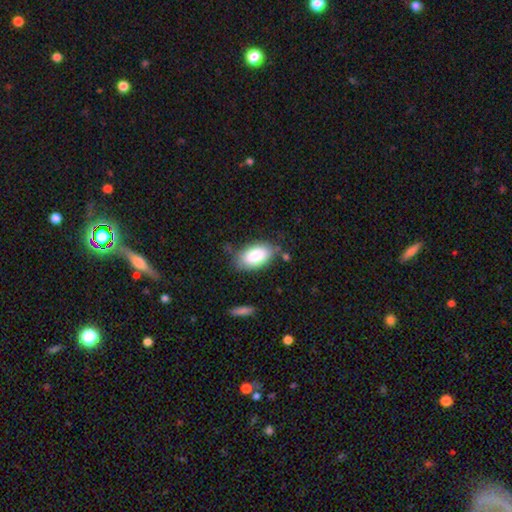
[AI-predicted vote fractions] smooth-or-featured: smooth: 84% | featured or disk: 10% | star or artifact: 7%
  how-rounded: in between: 94% | round: 4% | cigar-shaped: 2%
  merging: none: 75% | minor disturbance: 17% | major disturbance: 4% | merger: 4%